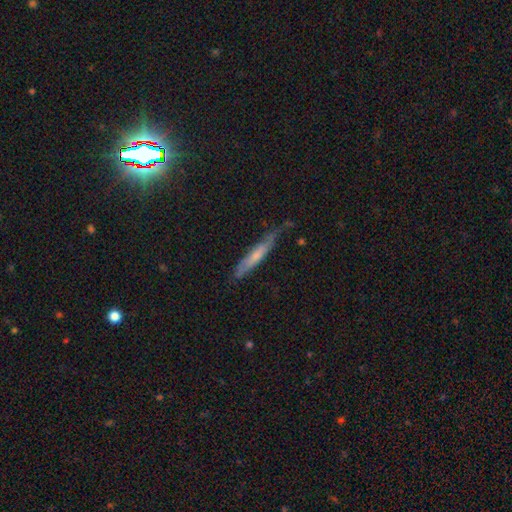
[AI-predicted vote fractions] smooth-or-featured: smooth: 55% | featured or disk: 39% | star or artifact: 6%
  how-rounded: cigar-shaped: 92% | in between: 7% | round: 1%
  merging: none: 66% | minor disturbance: 26% | major disturbance: 6% | merger: 2%